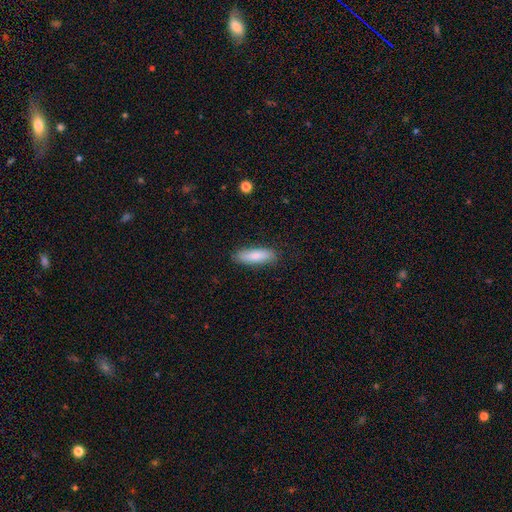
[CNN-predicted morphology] smooth-or-featured: smooth: 84% | featured or disk: 11% | star or artifact: 6%
  how-rounded: cigar-shaped: 52% | in between: 47% | round: 2%
  merging: none: 87% | minor disturbance: 10% | major disturbance: 2% | merger: 1%